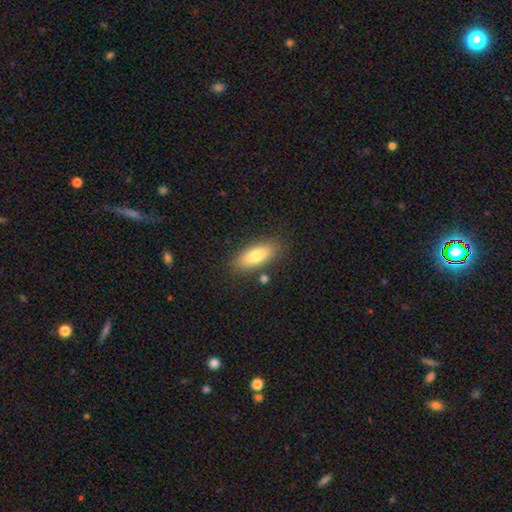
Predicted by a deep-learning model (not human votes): smooth-or-featured: smooth: 80% | featured or disk: 14% | star or artifact: 7%
  how-rounded: in between: 73% | cigar-shaped: 25% | round: 2%
  merging: none: 82% | minor disturbance: 11% | merger: 4% | major disturbance: 3%